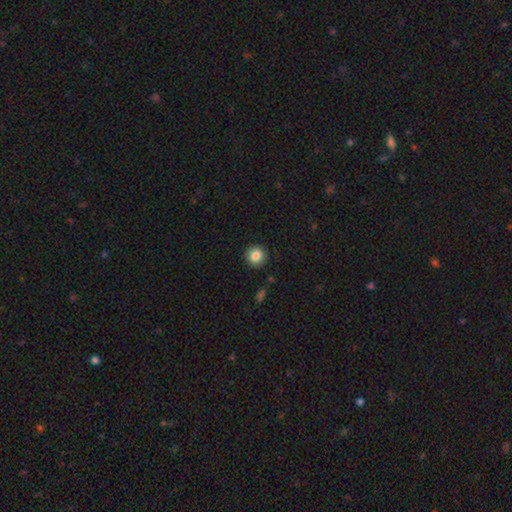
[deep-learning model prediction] Smooth or featured? Predicted: smooth (p=0.85). How rounded? Predicted: round (p=0.94). Merging? Predicted: none (p=0.92).